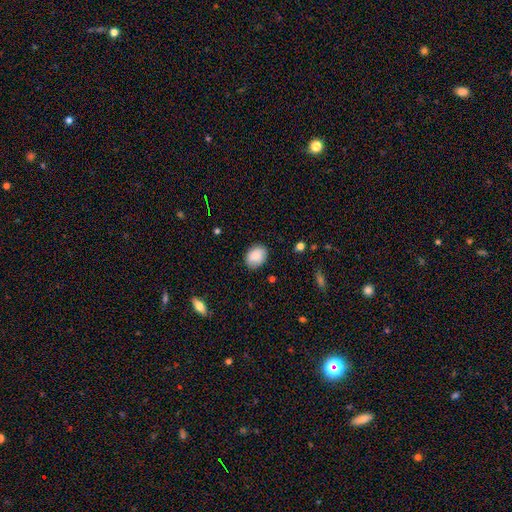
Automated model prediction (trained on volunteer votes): smooth 87%, star or artifact 7%, featured or disk 6%. Down the decision tree: how rounded — in between (69%); merging — none (83%).